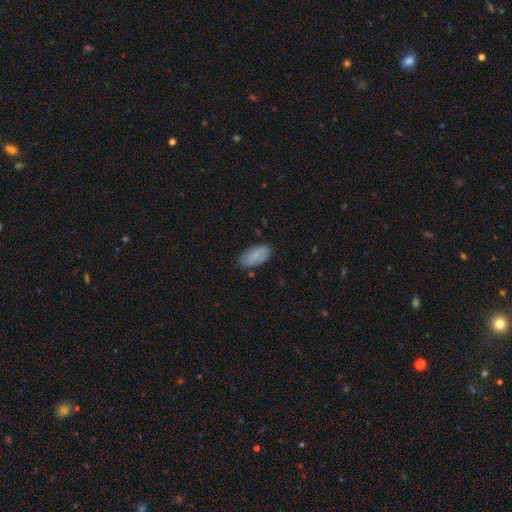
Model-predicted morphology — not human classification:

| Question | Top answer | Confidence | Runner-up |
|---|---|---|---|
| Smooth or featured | smooth | 76% | featured or disk (17%) |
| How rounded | in between | 94% | cigar-shaped (3%) |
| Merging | none | 81% | minor disturbance (15%) |